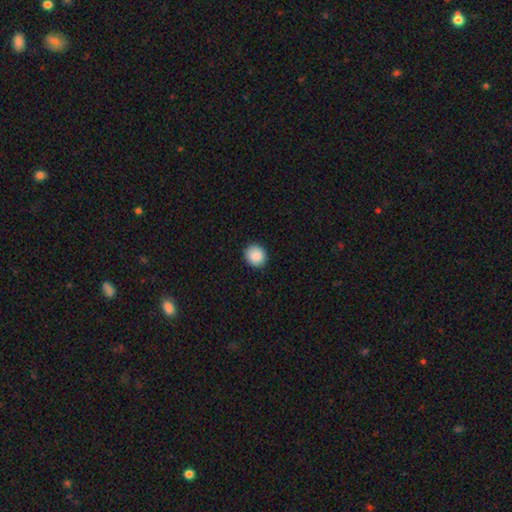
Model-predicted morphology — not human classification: This is clearly a smooth galaxy (89%). How rounded: clearly round (85%). Merging: clearly none (91%).